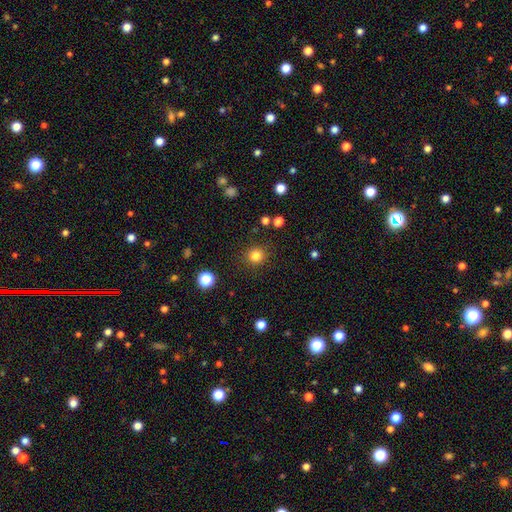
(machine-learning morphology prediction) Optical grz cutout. It shows a smooth galaxy with no disk features (83%) that is round (91%). Merging: none (90%).